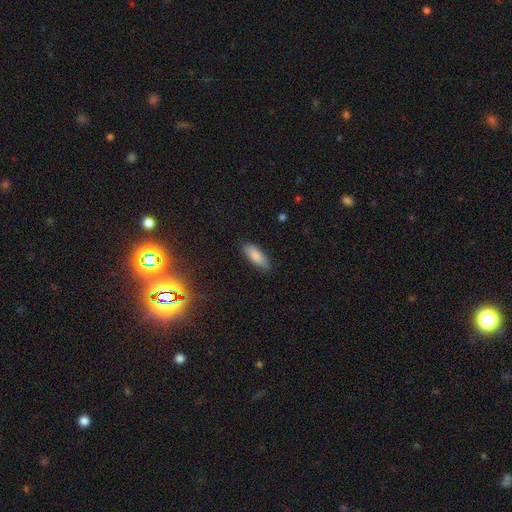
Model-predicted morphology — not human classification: Overall: smooth (84%). How rounded: in between (74%). Merging: none (85%).